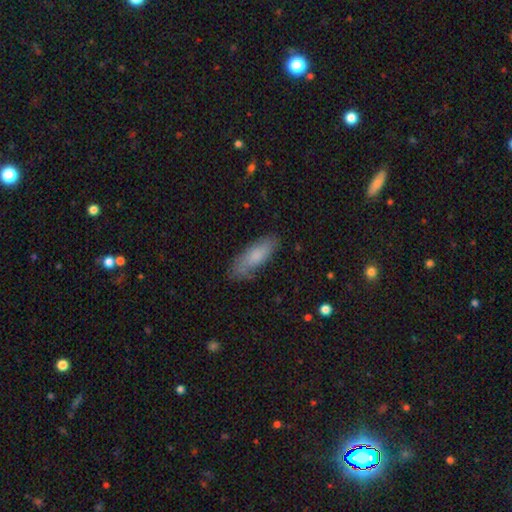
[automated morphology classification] A smooth galaxy with no disk features (76%) that is in between round and cigar-shaped (58%).

Vote fractions:
- Smooth or featured? smooth: 76% / featured or disk: 18% / star or artifact: 6%
- How rounded? in between: 58% / cigar-shaped: 40% / round: 2%
- Merging? none: 75% / minor disturbance: 19% / major disturbance: 4% / merger: 2%